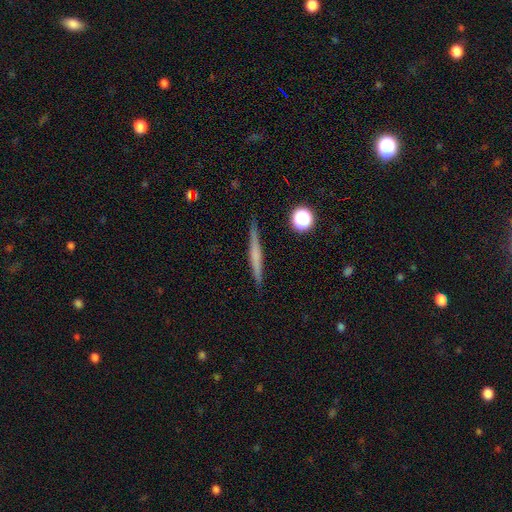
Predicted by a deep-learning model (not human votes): Smooth or featured: featured or disk — 49% (smooth — 43%)
Merging: none — 89% (minor disturbance — 8%)